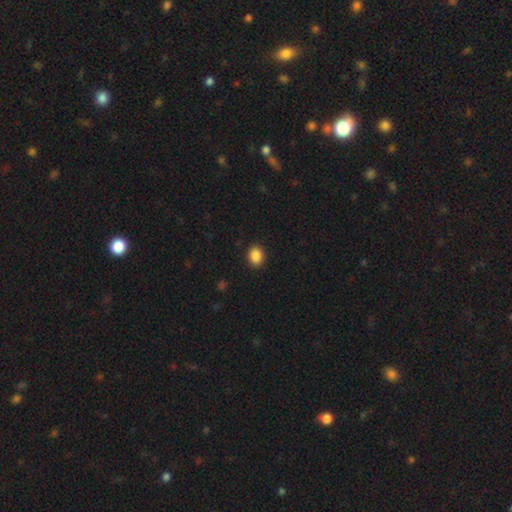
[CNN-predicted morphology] A smooth galaxy with no disk features (88%) that is in between round and cigar-shaped (50%). Merging: none (91%).